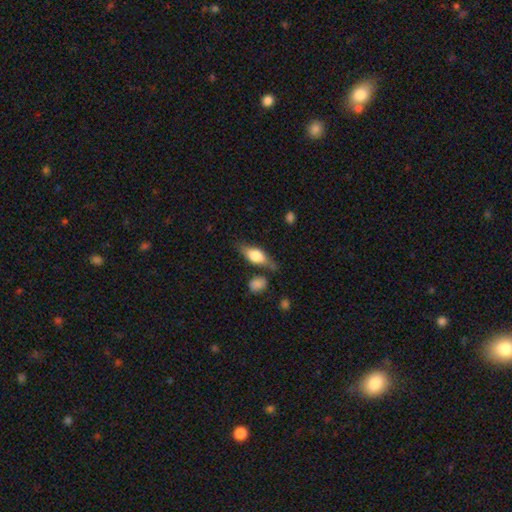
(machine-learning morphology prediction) Smooth or featured? Predicted: smooth (p=0.56). How rounded? Predicted: in between (p=0.72). Merging? Predicted: none (p=0.67).